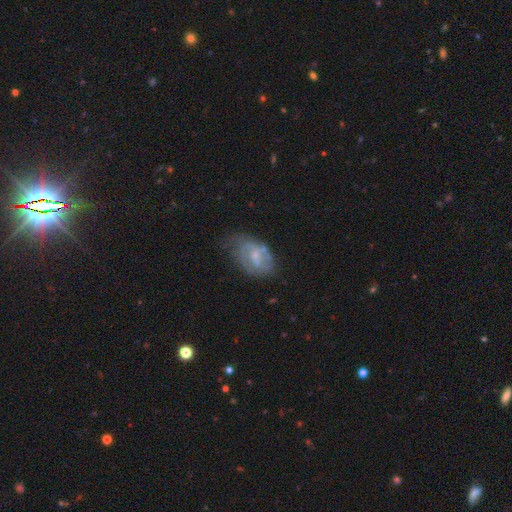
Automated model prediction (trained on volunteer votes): A featured or disk galaxy (58%) with no bar (48%), spiral arms (58%) and a small central bulge (53%). Merging: none (41%).